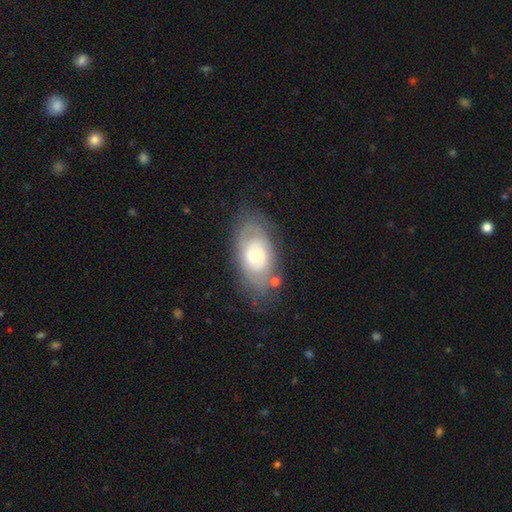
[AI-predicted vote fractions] Smooth or featured? Predicted: featured or disk (p=0.63). Edge-on disk? Predicted: no (p=0.92). Bar? Predicted: no (p=0.73). Spiral arms? Predicted: yes (p=0.63). Bulge size? Predicted: moderate (p=0.53). Merging? Predicted: none (p=0.67).